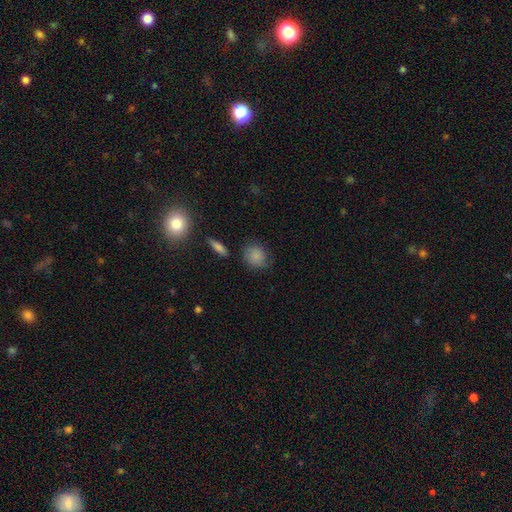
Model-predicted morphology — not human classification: The model was most divided on "how rounded": round: 73%, in between: 25%, cigar-shaped: 2%. More confident: smooth or featured — smooth (83%); merging — none (74%).